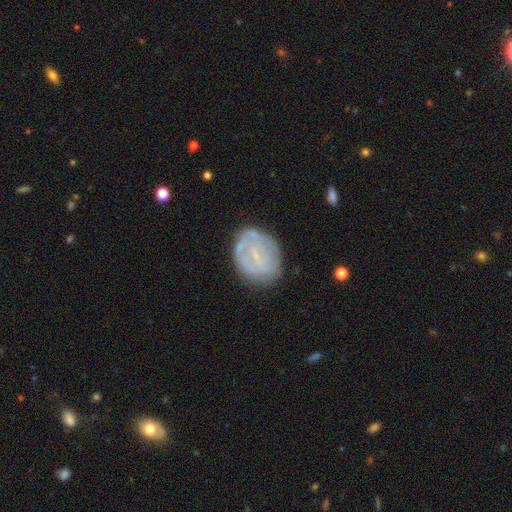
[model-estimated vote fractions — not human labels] smooth_or_featured: featured or disk (p=0.52) [alt: smooth p=0.38]
disk_edge_on: no (p=0.96) [alt: yes p=0.04]
bar: weak (p=0.43) [alt: no p=0.38]
has_spiral_arms: no (p=0.50) [tied with: yes p=0.50]
bulge_size: small (p=0.63) [alt: none p=0.24]
merging: none (p=0.74) [alt: minor disturbance p=0.18]